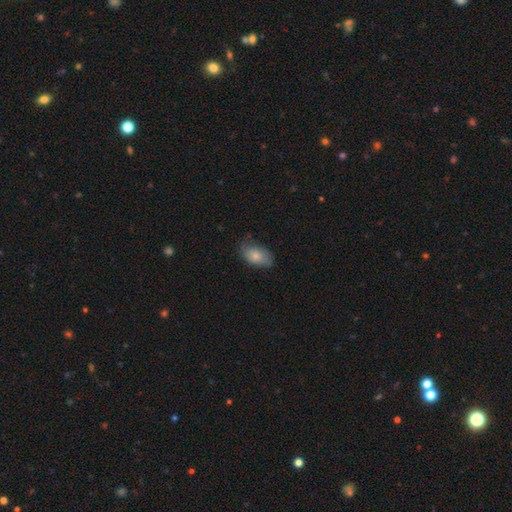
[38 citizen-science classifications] Overall: smooth (87%). How rounded: in between (91%). Merging: none (68%; minor disturbance 29%).